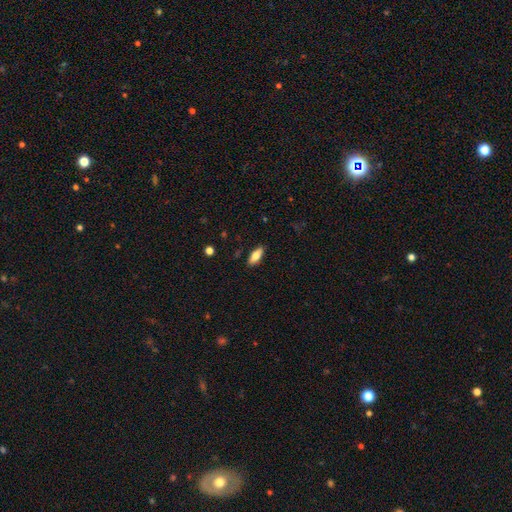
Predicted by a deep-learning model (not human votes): A smooth galaxy with no disk features (74%) that is in between round and cigar-shaped (71%).

Vote fractions:
- Smooth or featured? smooth: 74% / featured or disk: 19% / star or artifact: 7%
- How rounded? in between: 71% / cigar-shaped: 27% / round: 2%
- Merging? none: 88% / minor disturbance: 9% / major disturbance: 2% / merger: 1%